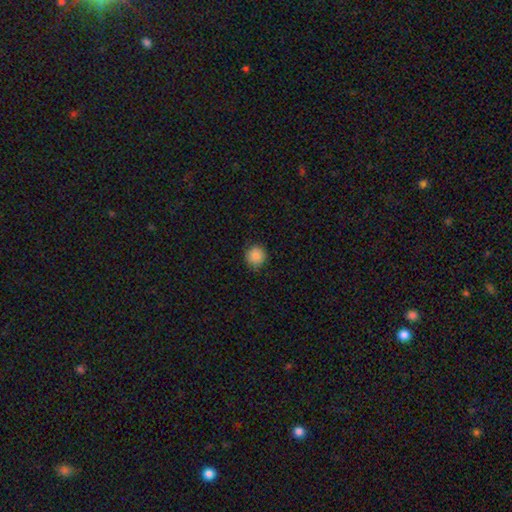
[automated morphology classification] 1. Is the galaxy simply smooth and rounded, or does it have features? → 86% smooth, 9% star or artifact, 4% featured or disk.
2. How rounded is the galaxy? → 92% round, 7% in between, 1% cigar-shaped.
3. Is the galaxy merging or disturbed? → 86% none, 10% minor disturbance, 2% major disturbance, 1% merger.